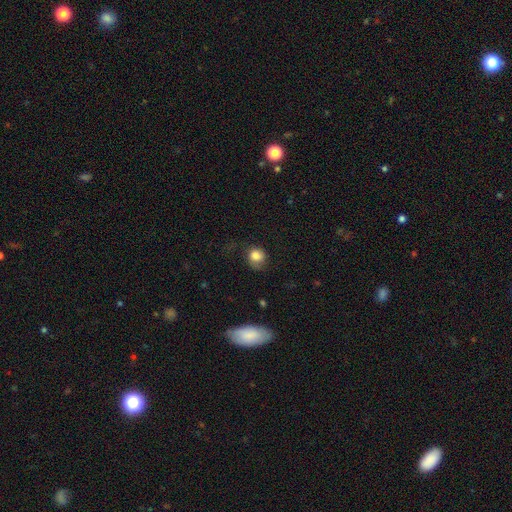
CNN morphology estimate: The model was most divided on "merging": none: 50%, minor disturbance: 26%, major disturbance: 21%, merger: 2%. More confident: smooth or featured — smooth (78%); how rounded — round (75%).